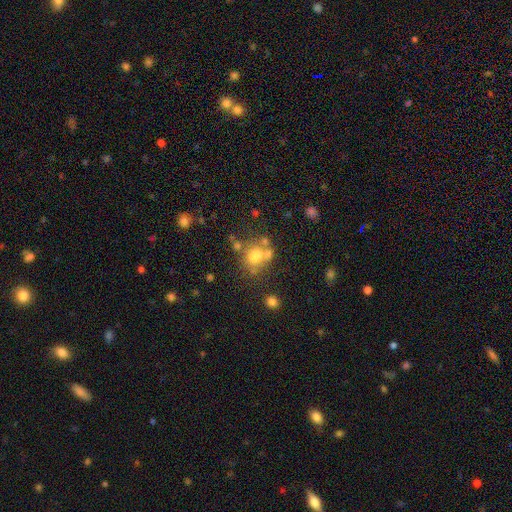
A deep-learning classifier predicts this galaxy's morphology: smooth 64%, featured or disk 18%, star or artifact 18%. Down the decision tree: how rounded — round (61%); merging — none (46%).